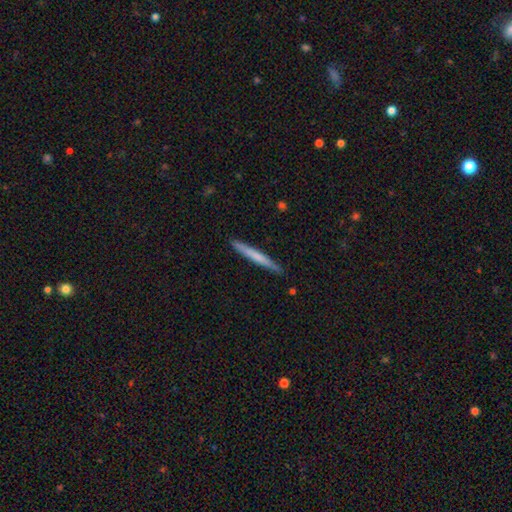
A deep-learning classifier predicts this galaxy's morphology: Smooth or featured? Predicted: smooth (p=0.61). How rounded? Predicted: cigar-shaped (p=0.97). Merging? Predicted: none (p=0.89).